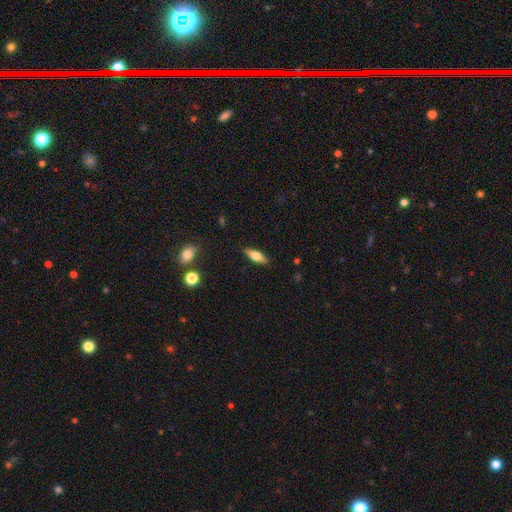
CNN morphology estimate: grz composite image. It shows a smooth galaxy with no disk features (63%) that is in between round and cigar-shaped (59%). Merging: none (87%).